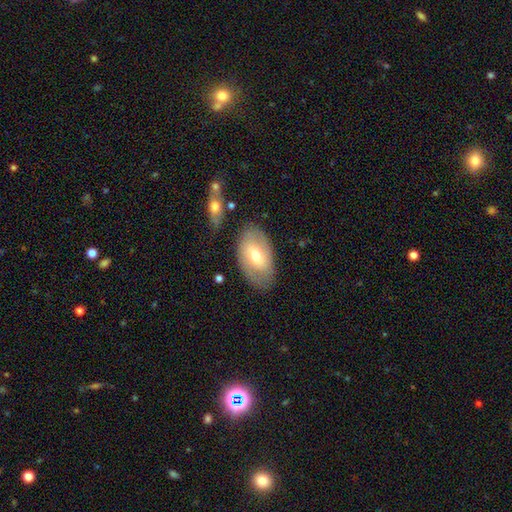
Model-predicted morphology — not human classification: Smooth or featured? smooth (51%)
How rounded? in between (92%)
Merging? none (78%)